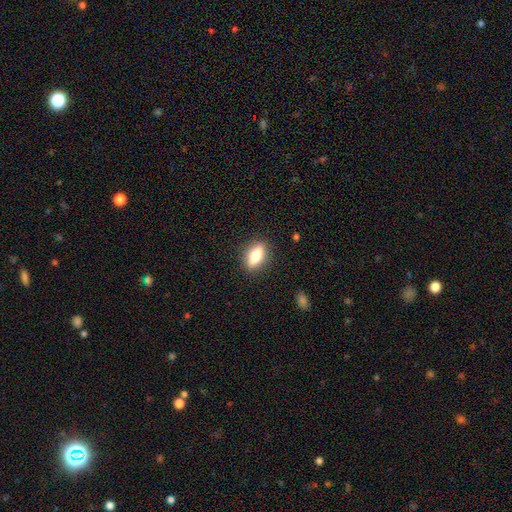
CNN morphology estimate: The model was most divided on "smooth or featured": smooth: 73%, featured or disk: 20%, star or artifact: 7%. More confident: merging — none (87%); how rounded — in between (76%).